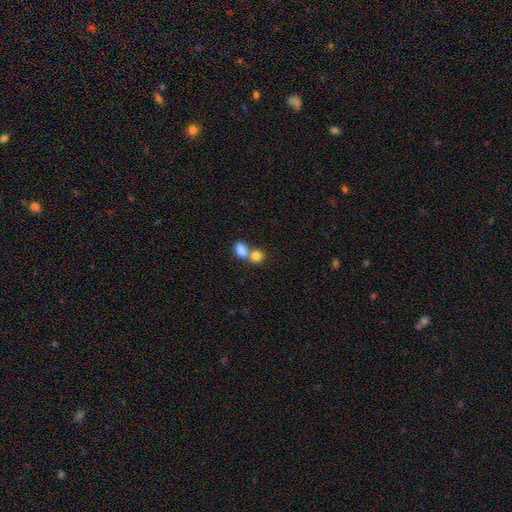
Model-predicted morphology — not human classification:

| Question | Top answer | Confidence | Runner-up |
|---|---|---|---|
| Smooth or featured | smooth | 82% | featured or disk (9%) |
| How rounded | round | 53% | in between (45%) |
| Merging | merger | 59% | none (32%) |